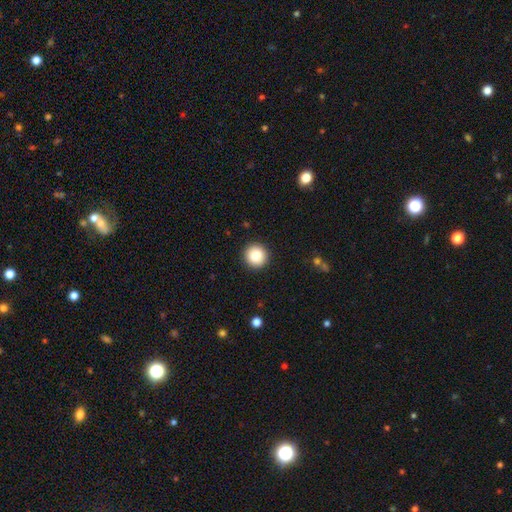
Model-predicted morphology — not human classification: smooth 84%, star or artifact 9%, featured or disk 7%. Down the decision tree: how rounded — round (95%); merging — none (93%).